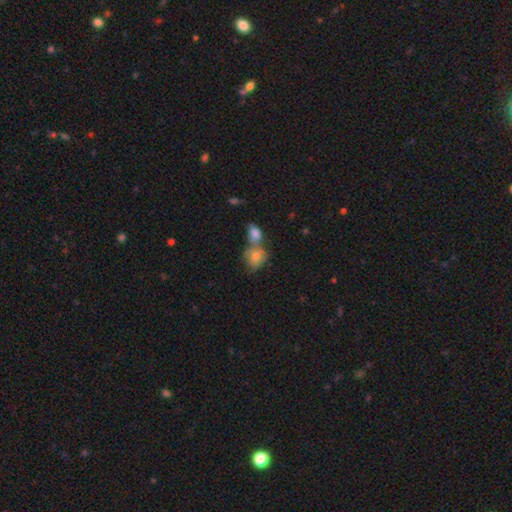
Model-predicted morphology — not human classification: smooth-or-featured: smooth: 62% | featured or disk: 25% | star or artifact: 13%
  how-rounded: round: 51% | in between: 47% | cigar-shaped: 2%
  merging: merger: 45% | none: 37% | minor disturbance: 13% | major disturbance: 6%